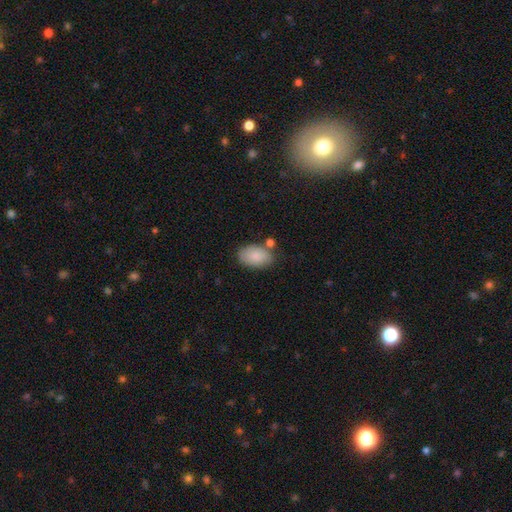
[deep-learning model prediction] A smooth galaxy with no disk features (86%) that is in between round and cigar-shaped (92%). Merging: none (71%).